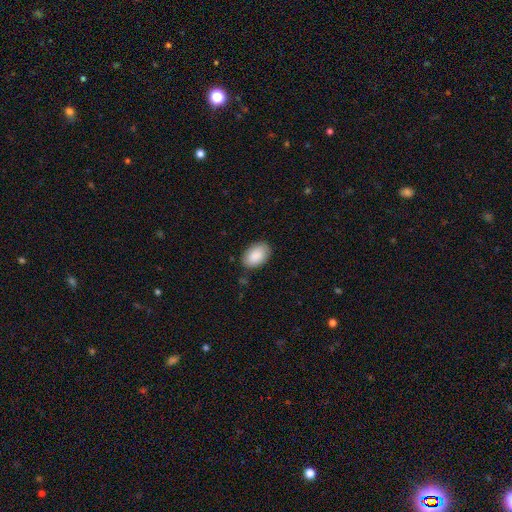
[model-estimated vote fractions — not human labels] This appears to be a smooth galaxy with no disk features (89%) that is in between round and cigar-shaped (92%). Merging: none (84%).